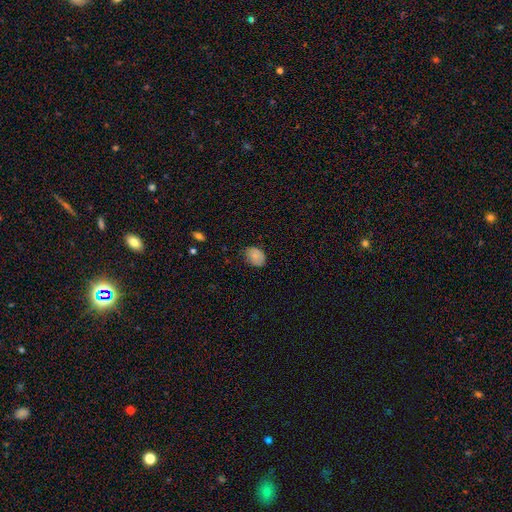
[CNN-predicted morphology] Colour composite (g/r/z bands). It shows a smooth galaxy with no disk features (82%) that is in between round and cigar-shaped (77%). Merging: none (73%).